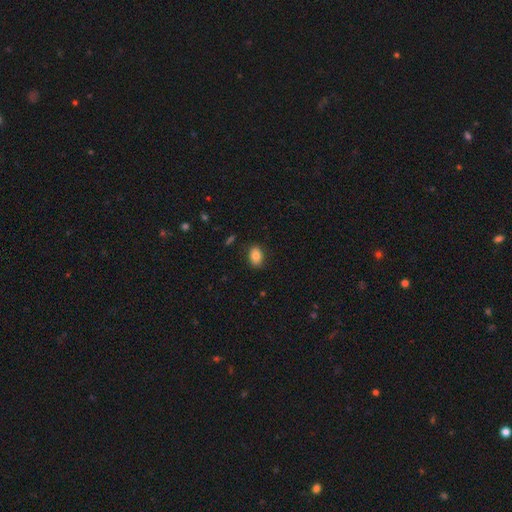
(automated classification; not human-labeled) This is clearly a smooth galaxy (83%). How rounded: likely in between (80%). Merging: clearly none (86%).